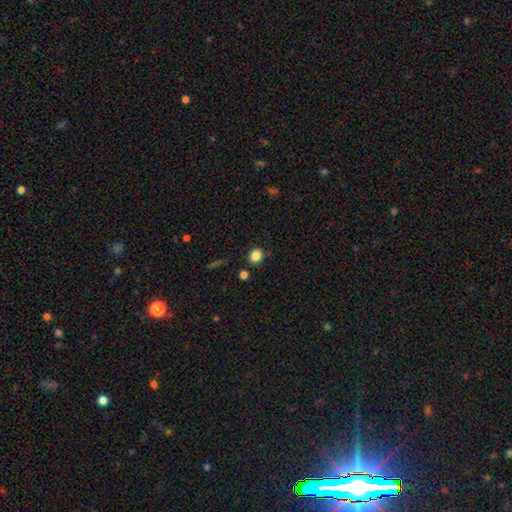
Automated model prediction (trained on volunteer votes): Overall: smooth (85%). How rounded: round (82%). Merging: none (83%).